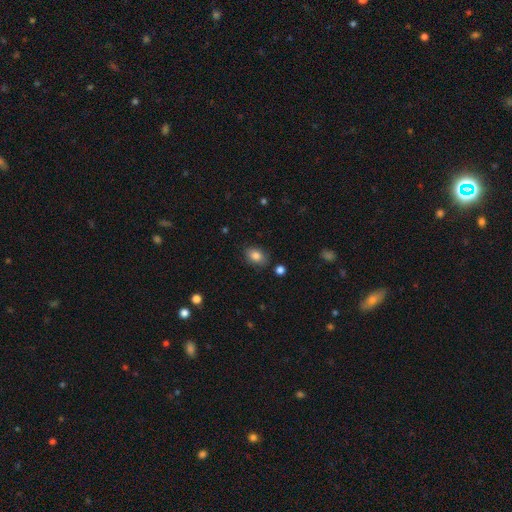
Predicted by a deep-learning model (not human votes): smooth-or-featured: smooth: 84% | star or artifact: 9% | featured or disk: 7%
  how-rounded: in between: 74% | round: 24% | cigar-shaped: 1%
  merging: none: 83% | minor disturbance: 12% | major disturbance: 3% | merger: 2%